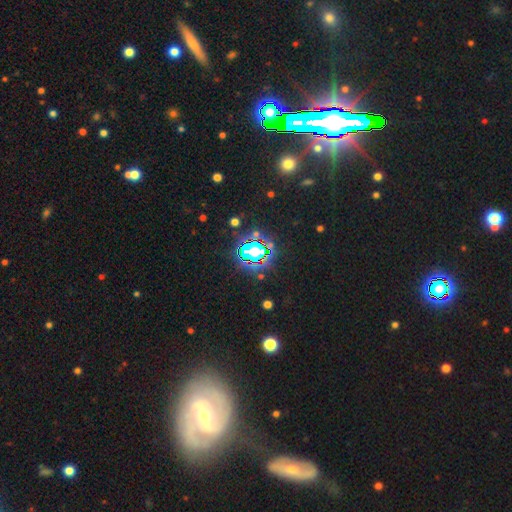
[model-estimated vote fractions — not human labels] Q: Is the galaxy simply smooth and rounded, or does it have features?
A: star or artifact — 74%.